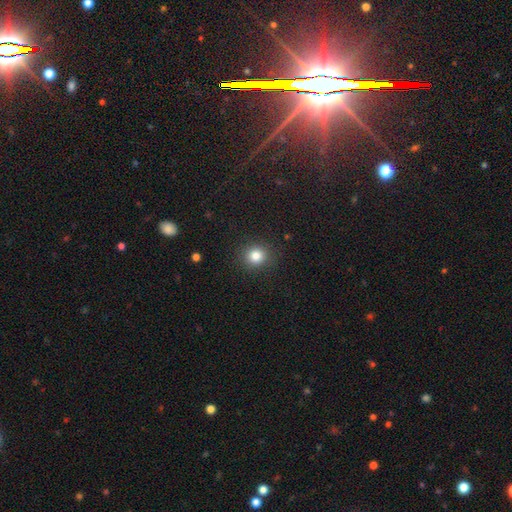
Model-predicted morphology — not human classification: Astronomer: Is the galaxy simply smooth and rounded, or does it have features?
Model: smooth — 83%.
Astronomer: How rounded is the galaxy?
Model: round — 88%.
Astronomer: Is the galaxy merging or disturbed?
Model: none — 89%.